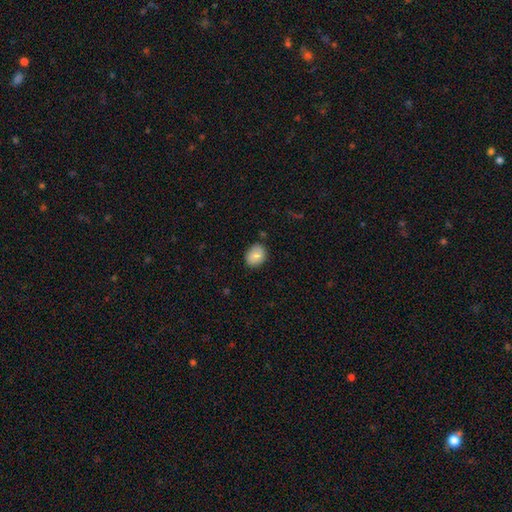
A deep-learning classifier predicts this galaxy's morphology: This is clearly a smooth galaxy (82%). How rounded: possibly in between (51%). Merging: clearly none (80%).